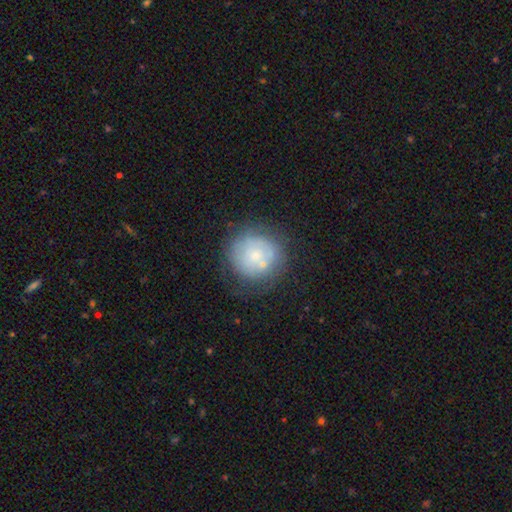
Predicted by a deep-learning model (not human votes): smooth 59%, featured or disk 33%, star or artifact 9%. Down the decision tree: how rounded — round (91%); merging — none (60%).